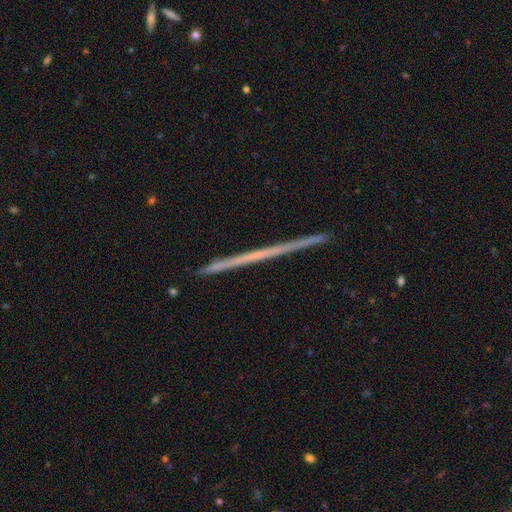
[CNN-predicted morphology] Smooth or featured? featured or disk (65%)
Edge-on disk? yes (98%)
Edge-on bulge? none (89%)
Merging? none (92%)